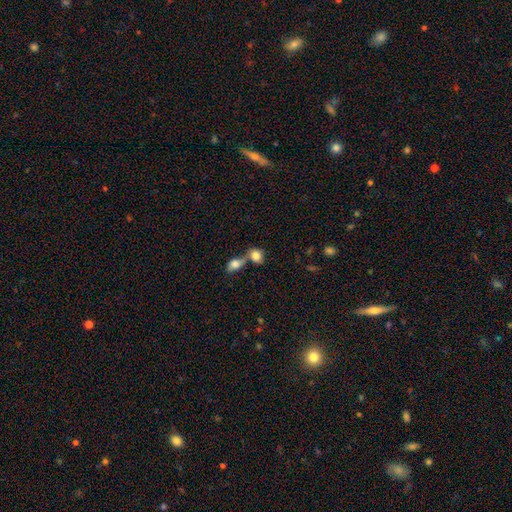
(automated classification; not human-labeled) Smooth or featured? smooth (83%)
How rounded? in between (55%)
Merging? merger (56%)